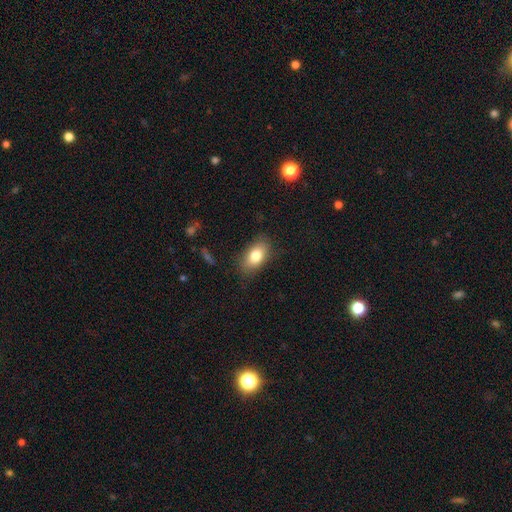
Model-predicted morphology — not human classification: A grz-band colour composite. It shows a smooth galaxy with no disk features (80%) that is in between round and cigar-shaped (88%). Merging: none (82%).